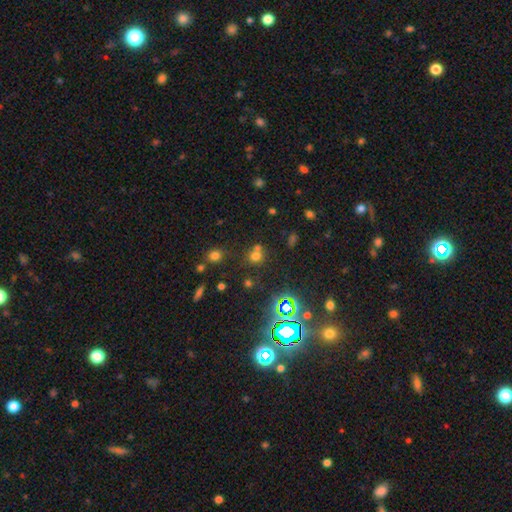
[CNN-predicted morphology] A smooth galaxy with no disk features (58%) that is round (83%).

Vote fractions:
- Smooth or featured? smooth: 58% / star or artifact: 32% / featured or disk: 10%
- How rounded? round: 83% / in between: 16% / cigar-shaped: 1%
- Merging? none: 54% / merger: 33% / minor disturbance: 9% / major disturbance: 4%